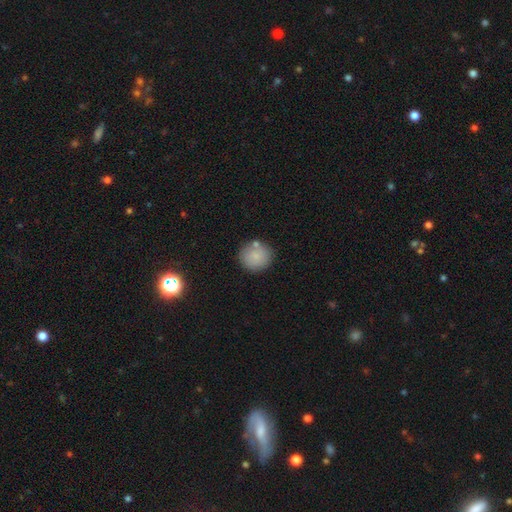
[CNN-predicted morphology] Smooth or featured? Predicted: smooth (p=0.83). How rounded? Predicted: round (p=0.90). Merging? Predicted: none (p=0.77).